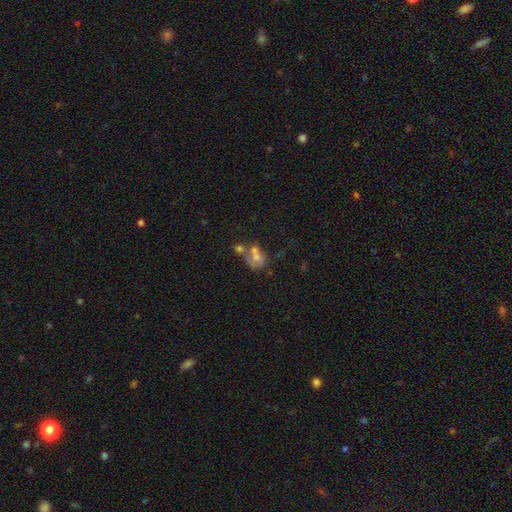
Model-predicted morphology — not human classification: Smooth or featured? Predicted: smooth (p=0.53). How rounded? Predicted: in between (p=0.51). Merging? Predicted: merger (p=0.54).